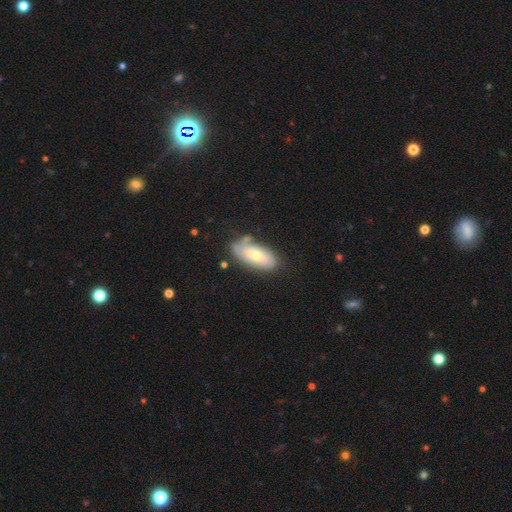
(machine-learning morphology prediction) Smooth or featured? Predicted: smooth (p=0.60). How rounded? Predicted: in between (p=0.86). Merging? Predicted: none (p=0.66).